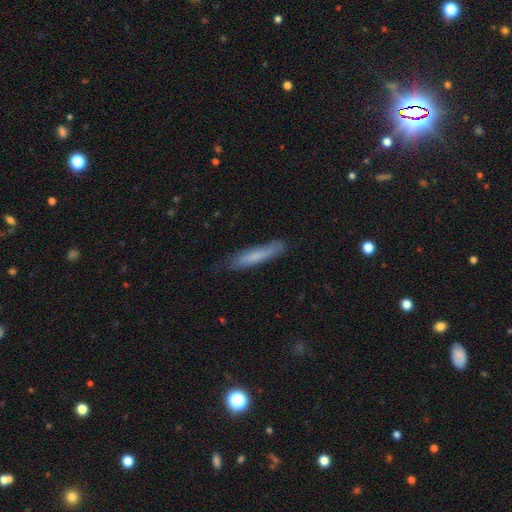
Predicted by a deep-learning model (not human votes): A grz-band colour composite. It shows a smooth galaxy with no disk features (69%) that is cigar-shaped (90%). Merging: none (75%).